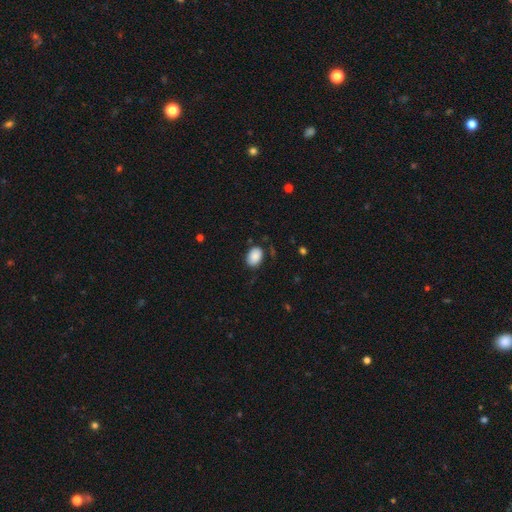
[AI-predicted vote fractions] Overall: smooth (88%). How rounded: in between (80%). Merging: none (80%).